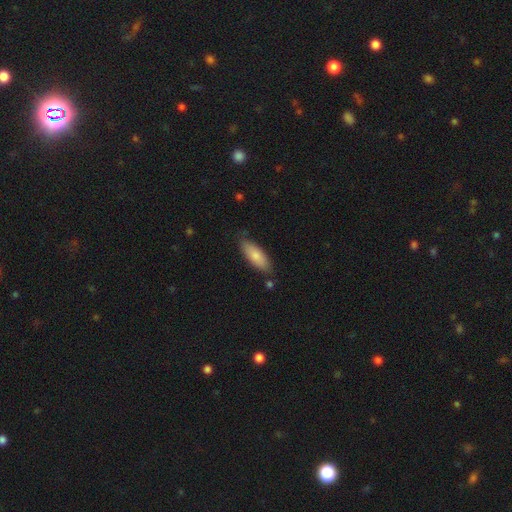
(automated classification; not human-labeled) A smooth galaxy with no disk features (81%) that is in between round and cigar-shaped (69%). Merging: none (79%).